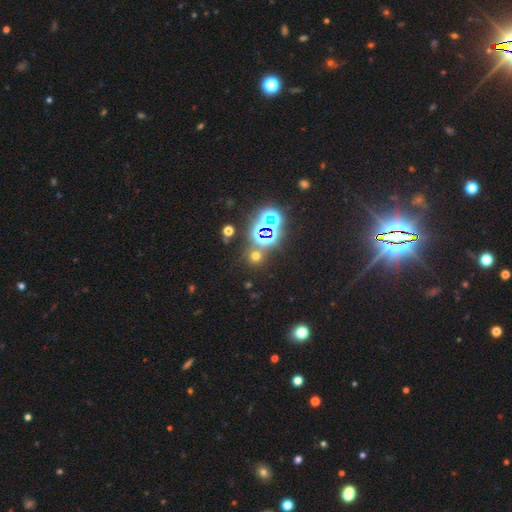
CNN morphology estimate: type=smooth (46%, tied with star or artifact); merging=none (77%).